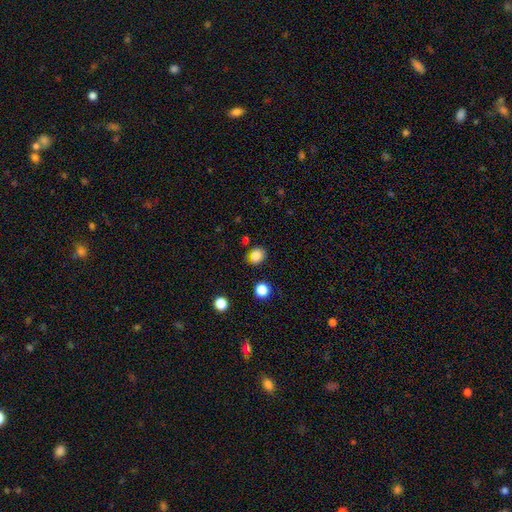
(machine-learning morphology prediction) A smooth galaxy with no disk features (83%) that is round (64%). Merging: none (75%).